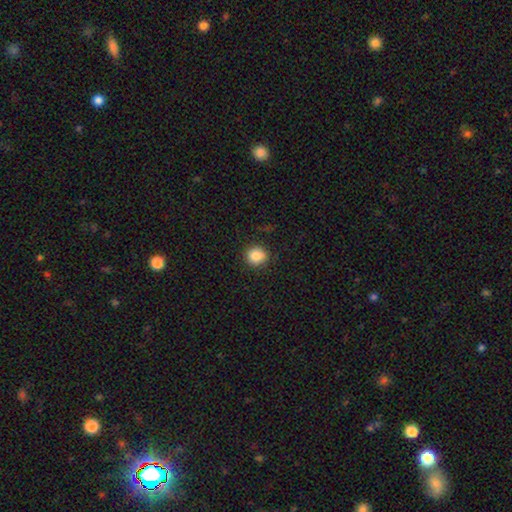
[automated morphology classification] smooth-or-featured: smooth: 86% | star or artifact: 10% | featured or disk: 5%
  how-rounded: round: 87% | in between: 12% | cigar-shaped: 1%
  merging: none: 86% | minor disturbance: 11% | major disturbance: 3% | merger: 1%